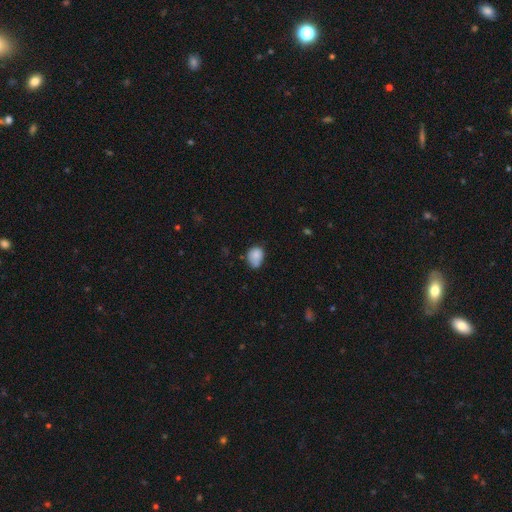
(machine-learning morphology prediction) smooth_or_featured: smooth (p=0.81) [alt: featured or disk p=0.10]
how_rounded: in between (p=0.55) [alt: round p=0.44]
merging: none (p=0.45) [alt: minor disturbance p=0.34]